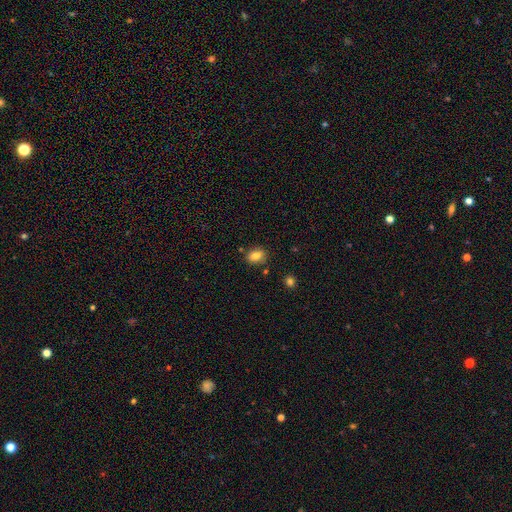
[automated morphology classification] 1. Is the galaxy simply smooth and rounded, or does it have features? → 81% smooth, 10% star or artifact, 9% featured or disk.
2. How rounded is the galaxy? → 68% in between, 30% round, 2% cigar-shaped.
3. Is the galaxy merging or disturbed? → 81% none, 12% minor disturbance, 5% merger, 3% major disturbance.